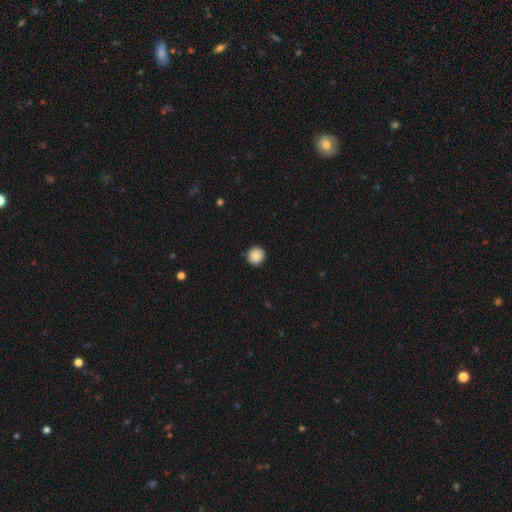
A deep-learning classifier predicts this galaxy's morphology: Overall: smooth (88%). How rounded: round (94%). Merging: none (90%).